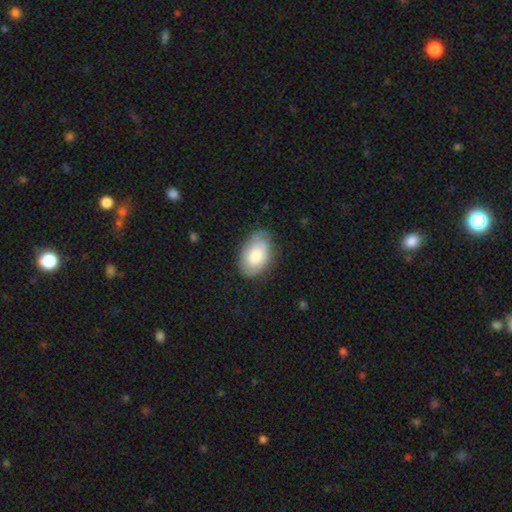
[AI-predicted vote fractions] smooth_or_featured: smooth (p=0.77) [alt: featured or disk p=0.17]
how_rounded: in between (p=0.89) [alt: round p=0.10]
merging: none (p=0.74) [alt: minor disturbance p=0.20]